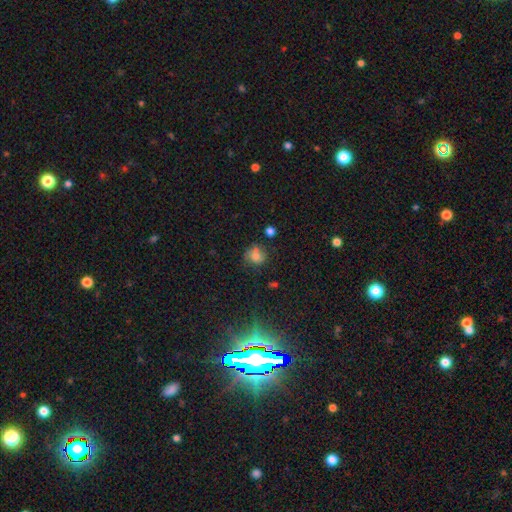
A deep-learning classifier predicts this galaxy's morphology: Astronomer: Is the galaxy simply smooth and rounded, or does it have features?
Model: smooth — 71%.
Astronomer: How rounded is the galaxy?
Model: round — 79%.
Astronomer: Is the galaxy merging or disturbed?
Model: none — 60%.